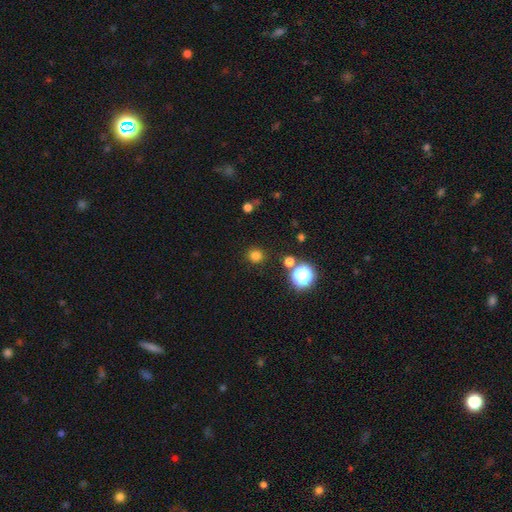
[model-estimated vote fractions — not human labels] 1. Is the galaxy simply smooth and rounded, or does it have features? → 77% smooth, 19% star or artifact, 4% featured or disk.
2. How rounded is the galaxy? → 91% round, 8% in between, 1% cigar-shaped.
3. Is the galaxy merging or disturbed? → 89% none, 6% minor disturbance, 3% merger, 2% major disturbance.